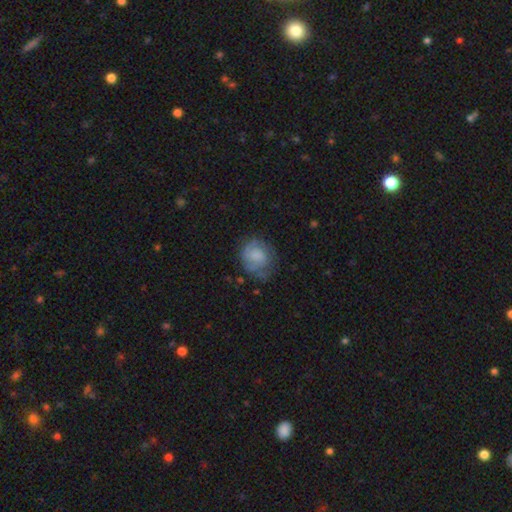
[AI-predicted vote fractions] The model was most divided on "smooth or featured": smooth: 56%, featured or disk: 36%, star or artifact: 8%. More confident: how rounded — round (73%); merging — none (56%).